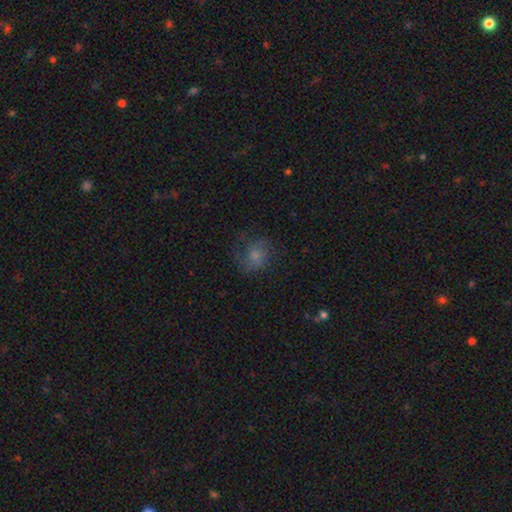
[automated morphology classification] smooth-or-featured: smooth: 51% | featured or disk: 36% | star or artifact: 12%
  how-rounded: round: 68% | in between: 31% | cigar-shaped: 1%
  merging: none: 52% | major disturbance: 24% | minor disturbance: 22% | merger: 2%